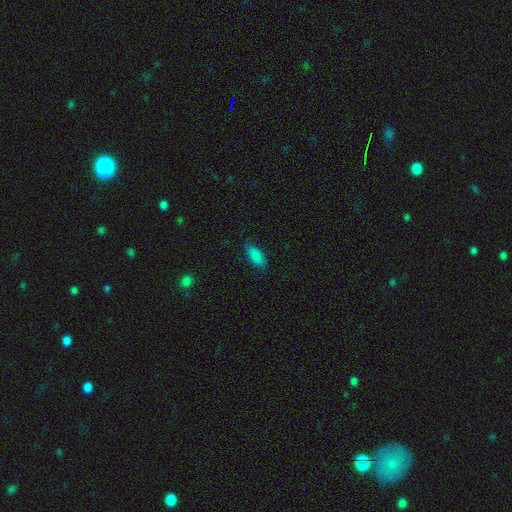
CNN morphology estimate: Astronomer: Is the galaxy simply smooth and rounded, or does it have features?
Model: smooth — 87%.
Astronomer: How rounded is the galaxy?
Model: in between — 83%.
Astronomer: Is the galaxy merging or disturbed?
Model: none — 83%.